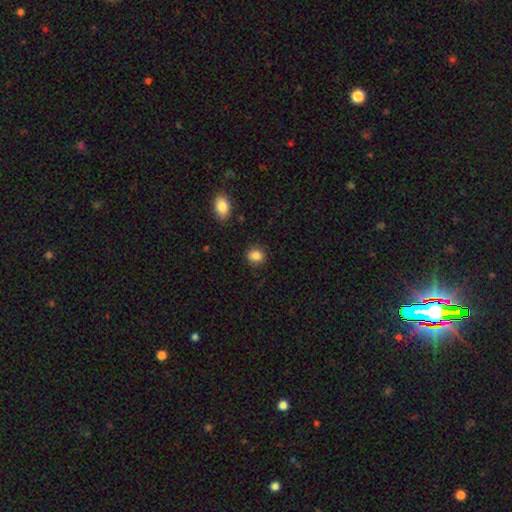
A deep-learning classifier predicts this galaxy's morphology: Smooth or featured: smooth — 86% (star or artifact — 10%)
How rounded: round — 69% (in between — 30%)
Merging: none — 86% (minor disturbance — 10%)